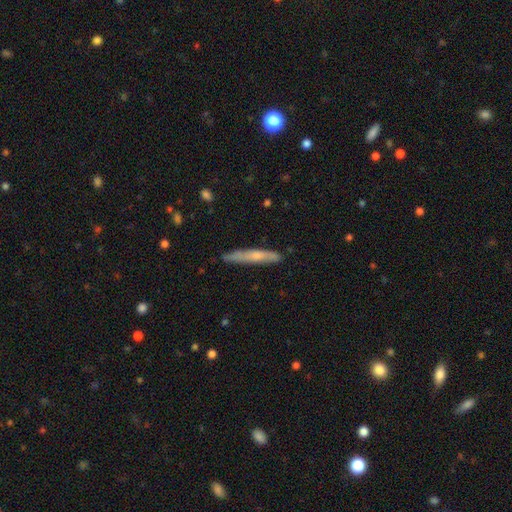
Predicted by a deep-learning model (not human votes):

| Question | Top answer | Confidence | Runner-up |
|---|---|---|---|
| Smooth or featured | smooth | 55% | featured or disk (39%) |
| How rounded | cigar-shaped | 94% | in between (5%) |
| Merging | none | 82% | minor disturbance (15%) |